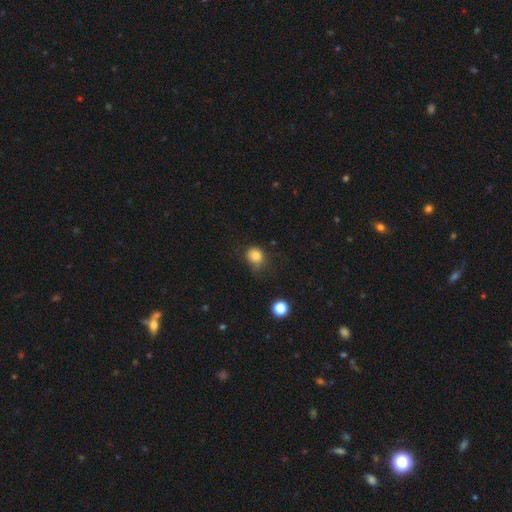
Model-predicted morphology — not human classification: Smooth or featured? Predicted: smooth (p=0.81). How rounded? Predicted: round (p=0.74). Merging? Predicted: none (p=0.60).